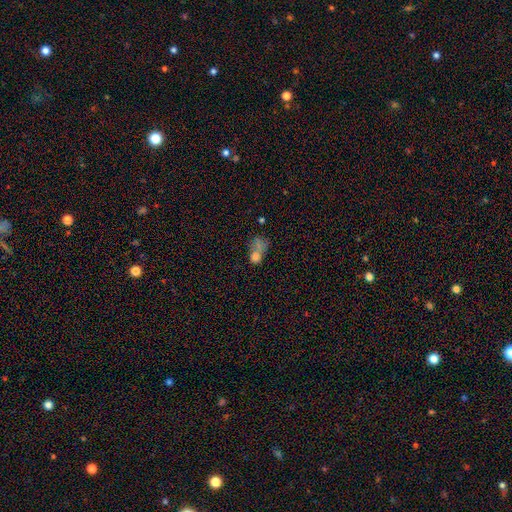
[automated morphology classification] smooth_or_featured: smooth (p=0.64) [alt: featured or disk p=0.20]
how_rounded: in between (p=0.58) [alt: round p=0.40]
merging: merger (p=0.49) [alt: none p=0.21]